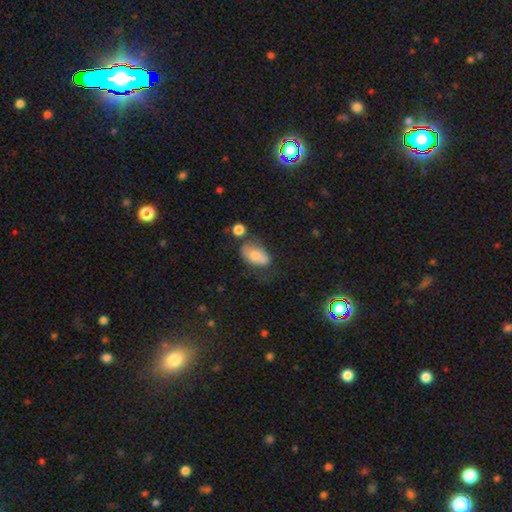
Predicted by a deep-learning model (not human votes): smooth-or-featured: smooth: 71% | featured or disk: 21% | star or artifact: 8%
  how-rounded: in between: 91% | round: 7% | cigar-shaped: 2%
  merging: none: 39% | minor disturbance: 29% | major disturbance: 17% | merger: 14%